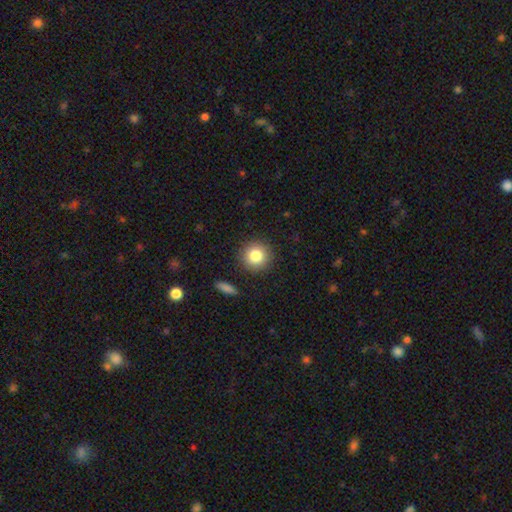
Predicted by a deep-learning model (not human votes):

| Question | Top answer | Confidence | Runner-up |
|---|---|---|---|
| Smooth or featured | smooth | 83% | star or artifact (9%) |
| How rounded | round | 94% | in between (5%) |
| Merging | none | 90% | minor disturbance (6%) |